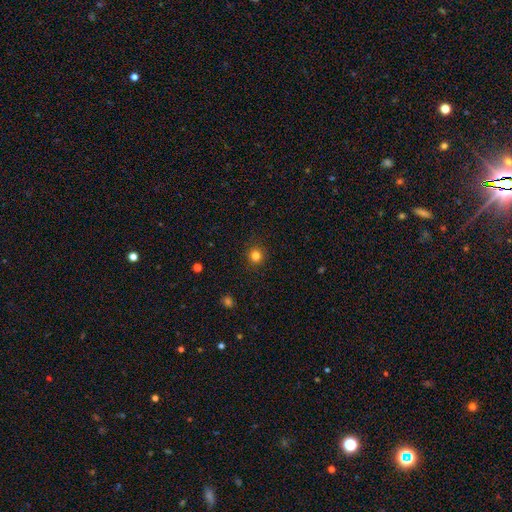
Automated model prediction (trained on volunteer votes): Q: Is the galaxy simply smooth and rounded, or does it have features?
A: smooth — 82%.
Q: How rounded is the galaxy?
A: round — 92%.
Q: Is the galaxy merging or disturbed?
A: none — 91%.